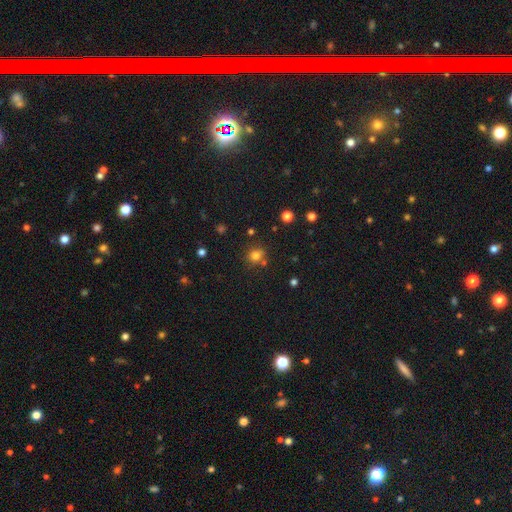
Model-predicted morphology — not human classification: Smooth or featured? Predicted: smooth (p=0.76). How rounded? Predicted: round (p=0.82). Merging? Predicted: none (p=0.70).